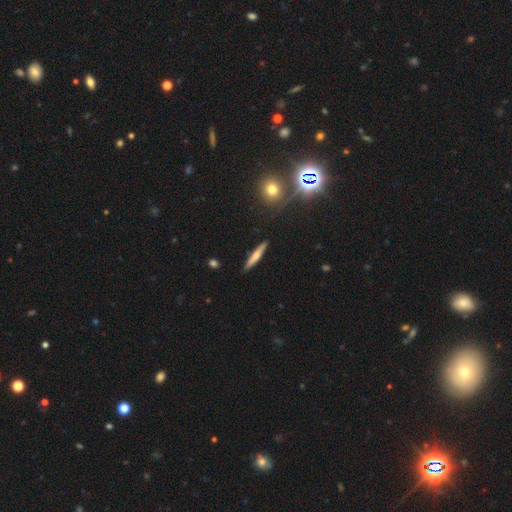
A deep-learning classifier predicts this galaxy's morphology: The model was most divided on "smooth or featured": smooth: 54%, featured or disk: 40%, star or artifact: 6%. More confident: how rounded — cigar-shaped (92%); merging — none (90%).